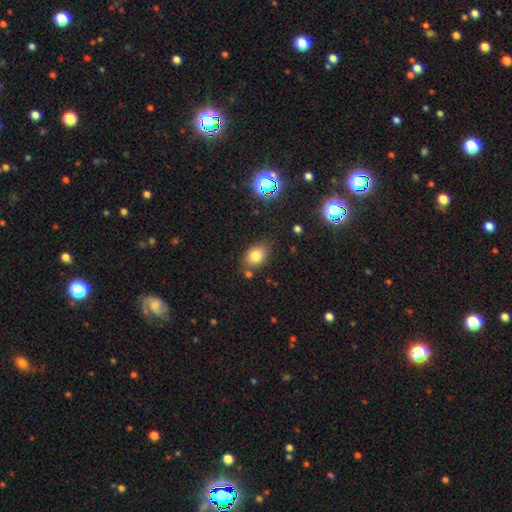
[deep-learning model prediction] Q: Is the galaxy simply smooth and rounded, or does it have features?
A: smooth — 79%.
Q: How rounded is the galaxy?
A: in between — 71%.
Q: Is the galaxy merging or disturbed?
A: none — 77%.